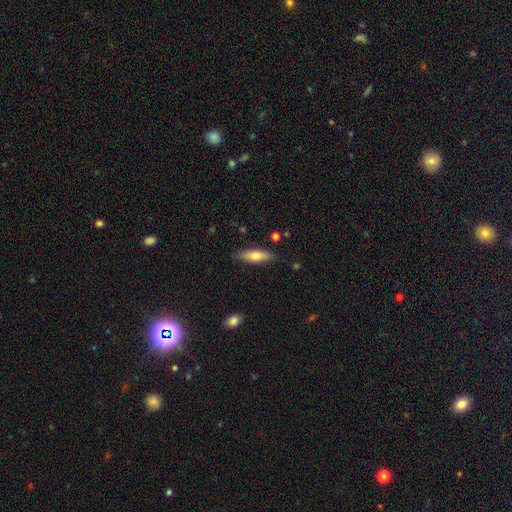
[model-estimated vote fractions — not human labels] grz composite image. It shows a smooth galaxy with no disk features (67%) that is cigar-shaped (52%). Merging: none (85%).